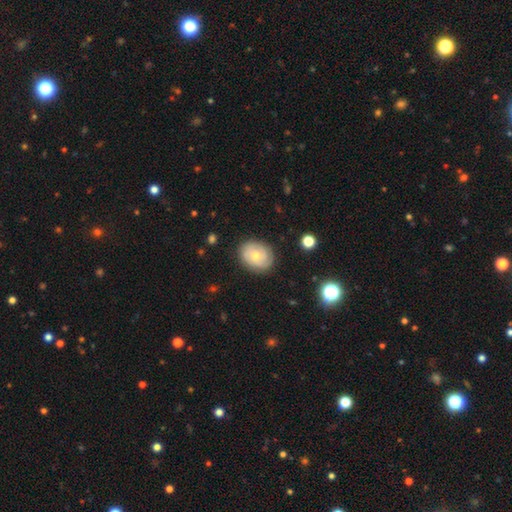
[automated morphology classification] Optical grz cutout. It shows a smooth galaxy with no disk features (47%). Merging: none (82%).